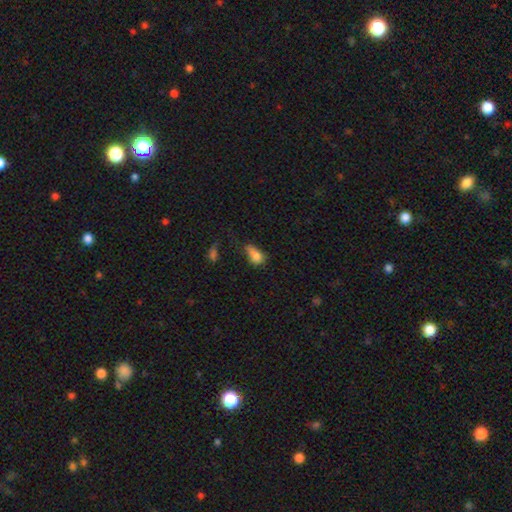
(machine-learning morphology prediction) Q: Smooth or featured?
A: smooth (77%); runner-up: featured or disk (12%)
Q: How rounded?
A: in between (79%); runner-up: round (16%)
Q: Merging?
A: minor disturbance (33%); tied with: major disturbance (33%)